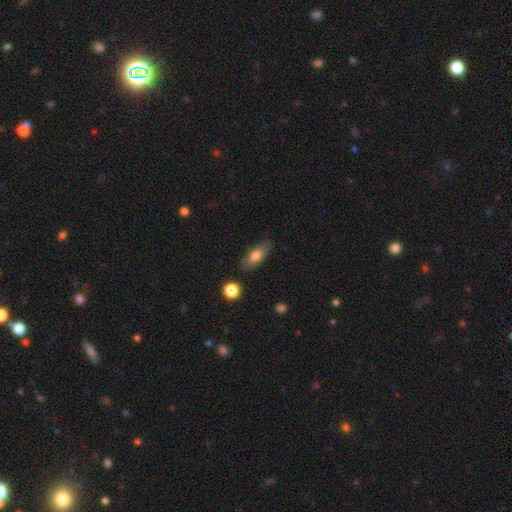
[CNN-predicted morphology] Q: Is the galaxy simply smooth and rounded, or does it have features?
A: smooth — 72%.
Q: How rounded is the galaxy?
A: in between — 79%.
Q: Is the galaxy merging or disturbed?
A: none — 82%.